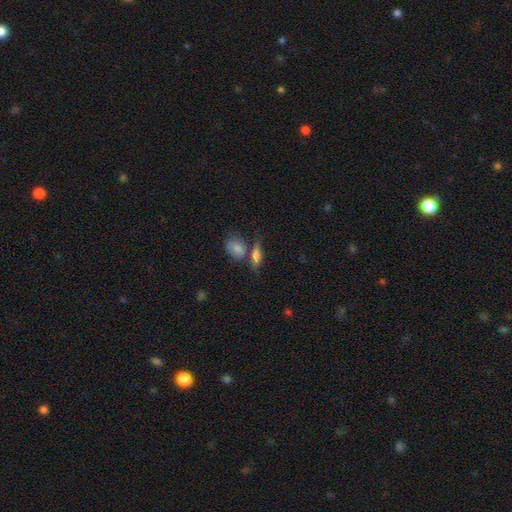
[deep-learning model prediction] This appears to be a smooth galaxy with no disk features (66%) that is in between round and cigar-shaped (52%). Merging: none (57%).